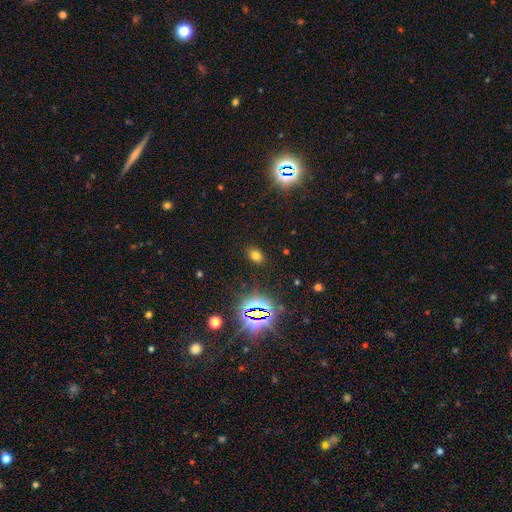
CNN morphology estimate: A smooth galaxy with no disk features (64%) that is in between round and cigar-shaped (72%). Merging: none (87%).